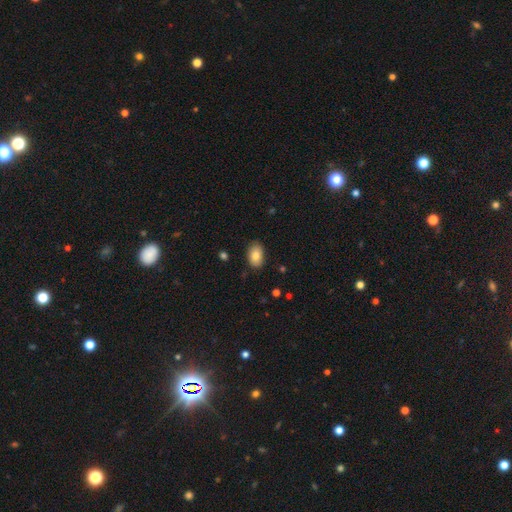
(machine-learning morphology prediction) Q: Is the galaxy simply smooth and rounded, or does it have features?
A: smooth — 85%.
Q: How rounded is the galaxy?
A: in between — 90%.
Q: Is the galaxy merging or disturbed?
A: none — 86%.